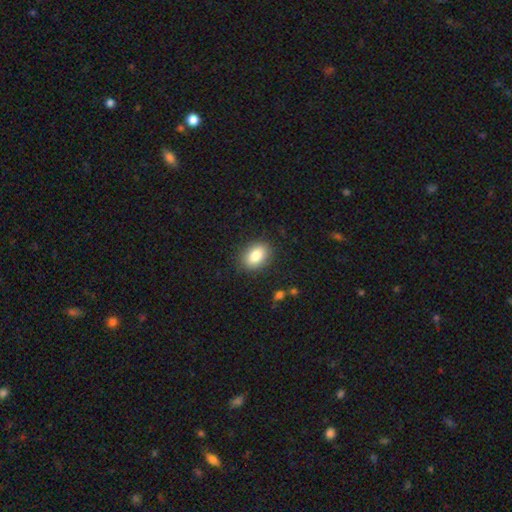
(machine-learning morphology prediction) A smooth galaxy with no disk features (83%) that is in between round and cigar-shaped (75%). Merging: none (88%).